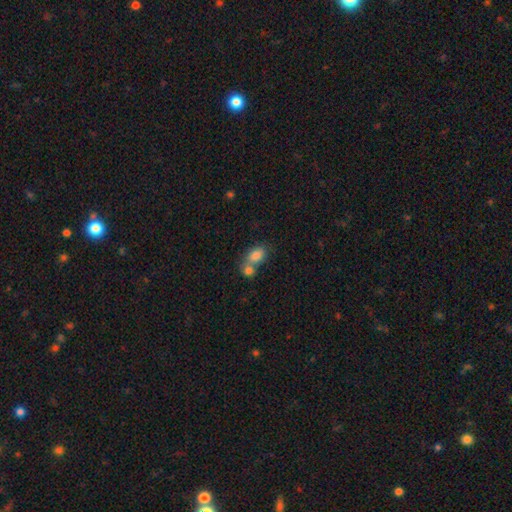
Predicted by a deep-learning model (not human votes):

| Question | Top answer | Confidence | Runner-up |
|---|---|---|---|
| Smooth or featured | smooth | 82% | featured or disk (10%) |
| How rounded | in between | 79% | round (19%) |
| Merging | merger | 55% | none (31%) |